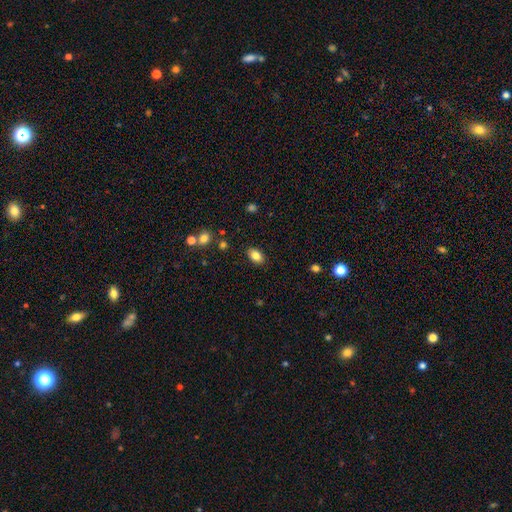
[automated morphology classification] A smooth galaxy with no disk features (83%) that is in between round and cigar-shaped (88%).

Vote fractions:
- Smooth or featured? smooth: 83% / star or artifact: 9% / featured or disk: 8%
- How rounded? in between: 88% / round: 11% / cigar-shaped: 2%
- Merging? none: 87% / minor disturbance: 9% / major disturbance: 2% / merger: 2%